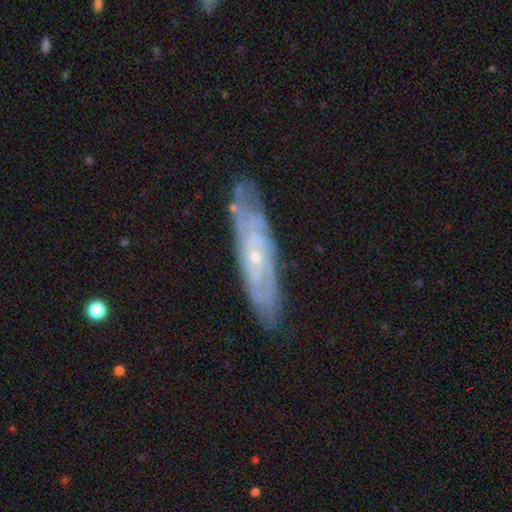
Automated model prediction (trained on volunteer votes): smooth-or-featured: featured or disk: 79% | smooth: 15% | star or artifact: 7%
  disk-edge-on: no: 75% | yes: 25%
    bar: no: 71% | weak: 23% | strong: 5%
    has-spiral-arms: yes: 88% | no: 12%
      spiral-winding: tight: 68% | medium: 26% | loose: 6%
      spiral-arm-count: can't tell: 53% | 2: 22% | 3: 10% | 4: 7% | more than 4: 4% | 1: 4%
    bulge-size: small: 77% | moderate: 20% | none: 2% | large: 1% | dominant: 1%
  merging: none: 79% | minor disturbance: 16% | major disturbance: 4% | merger: 2%